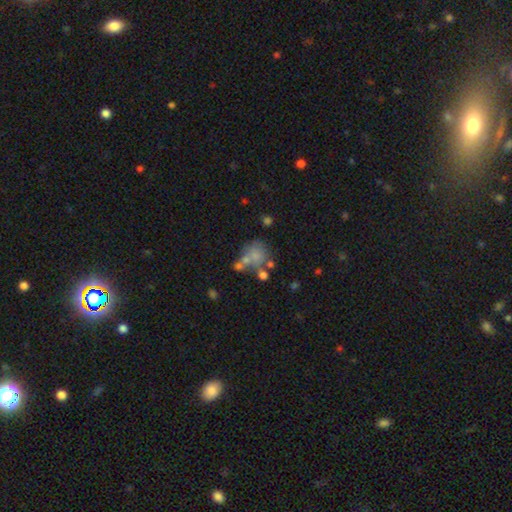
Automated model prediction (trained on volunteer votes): A smooth galaxy with no disk features (57%) that is round (67%). Merging: none (35%, tied with merger).